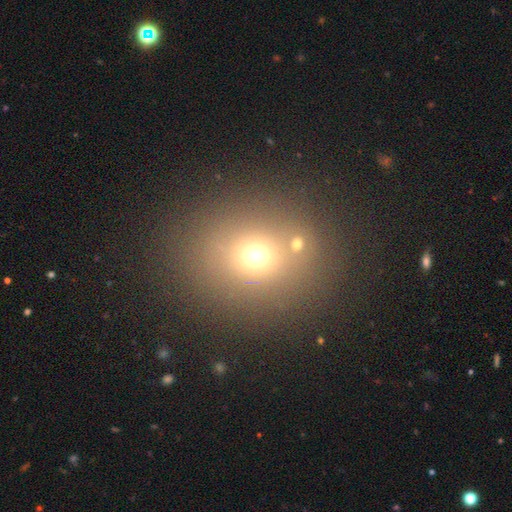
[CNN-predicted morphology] smooth 66%, star or artifact 23%, featured or disk 11%. Down the decision tree: how rounded — round (74%); merging — none (74%).